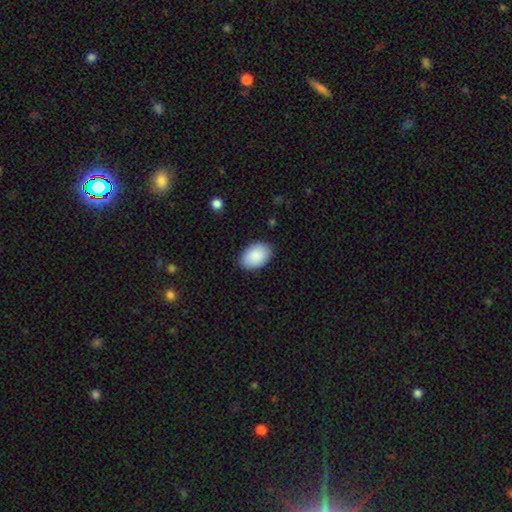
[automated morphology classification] Overall: smooth (90%). How rounded: in between (90%). Merging: none (87%).